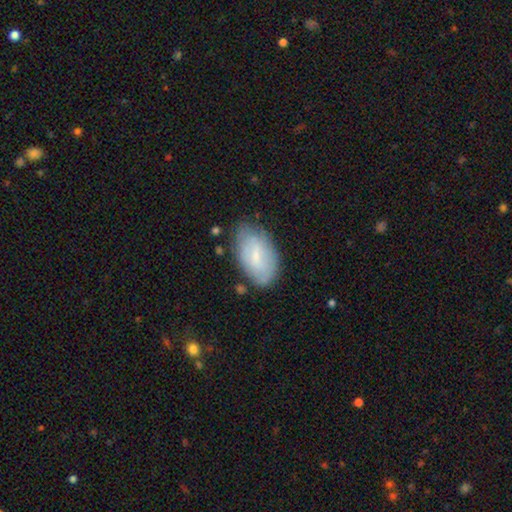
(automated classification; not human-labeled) Smooth or featured? Predicted: smooth (p=0.58). How rounded? Predicted: in between (p=0.93). Merging? Predicted: none (p=0.71).